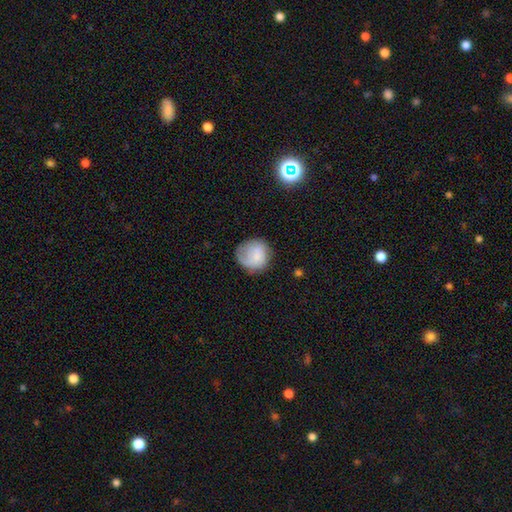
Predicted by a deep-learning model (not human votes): Q: Smooth or featured?
A: smooth (73%); runner-up: featured or disk (19%)
Q: How rounded?
A: round (85%); runner-up: in between (14%)
Q: Merging?
A: none (59%); runner-up: minor disturbance (25%)